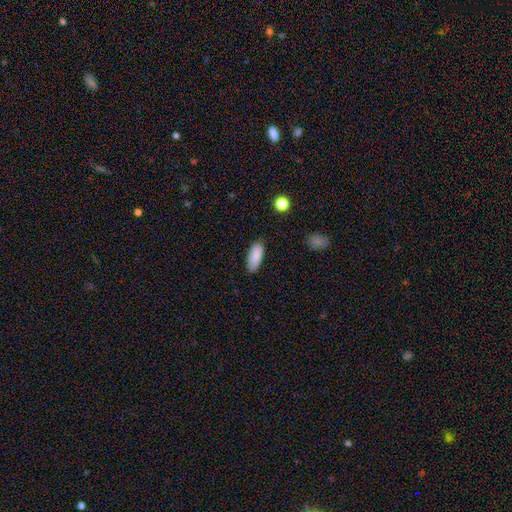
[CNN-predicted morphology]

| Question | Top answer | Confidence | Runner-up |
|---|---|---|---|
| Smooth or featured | smooth | 88% | star or artifact (7%) |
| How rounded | in between | 81% | cigar-shaped (18%) |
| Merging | none | 83% | minor disturbance (13%) |